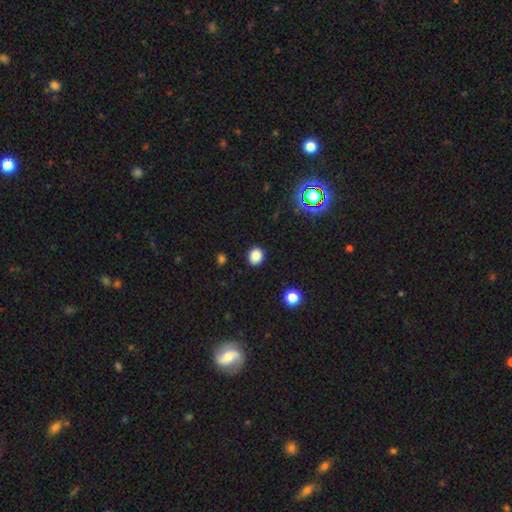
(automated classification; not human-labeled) Smooth or featured? Predicted: smooth (p=0.85). How rounded? Predicted: round (p=0.71). Merging? Predicted: none (p=0.89).